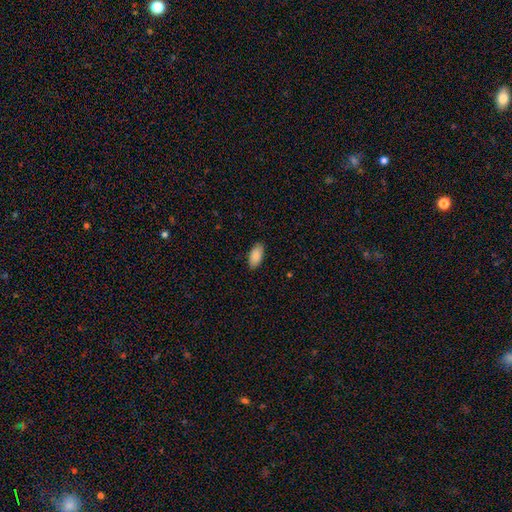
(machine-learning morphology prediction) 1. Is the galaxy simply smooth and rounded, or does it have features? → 89% smooth, 6% star or artifact, 5% featured or disk.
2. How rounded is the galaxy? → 93% in between, 5% cigar-shaped, 2% round.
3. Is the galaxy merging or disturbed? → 87% none, 10% minor disturbance, 2% major disturbance, 1% merger.